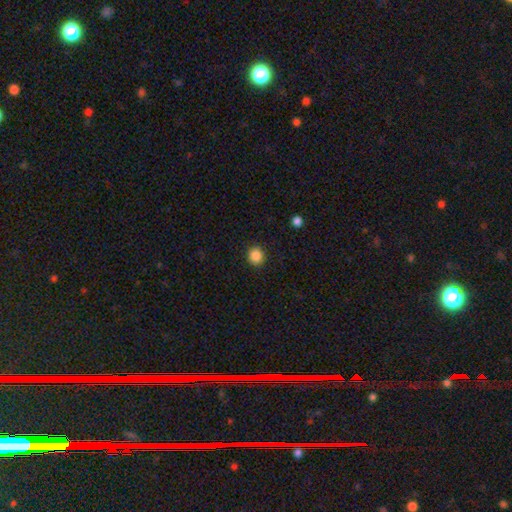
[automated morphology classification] Smooth or featured?
  - smooth: 87% *
  - star or artifact: 10%
  - featured or disk: 3%
How rounded?
  - round: 88% *
  - in between: 11%
  - cigar-shaped: 1%
Merging?
  - none: 91% *
  - minor disturbance: 6%
  - major disturbance: 2%
  - merger: 1%